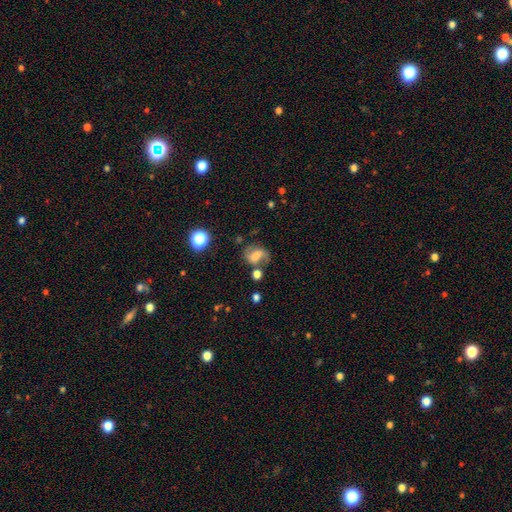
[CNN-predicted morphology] featured or disk 53%, smooth 34%, star or artifact 12%. Down the decision tree: edge-on disk — no (97%); bar — weak (44%); spiral arms — yes (86%); bulge size — moderate (38%); merging — none (55%).